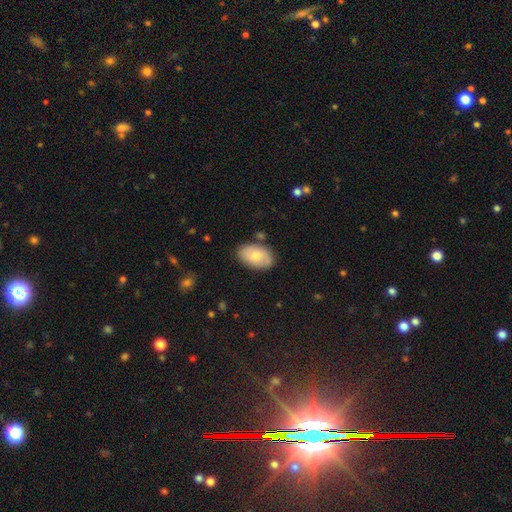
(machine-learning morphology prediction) The model was most divided on "smooth or featured": smooth: 65%, featured or disk: 29%, star or artifact: 6%. More confident: how rounded — in between (92%); merging — none (82%).